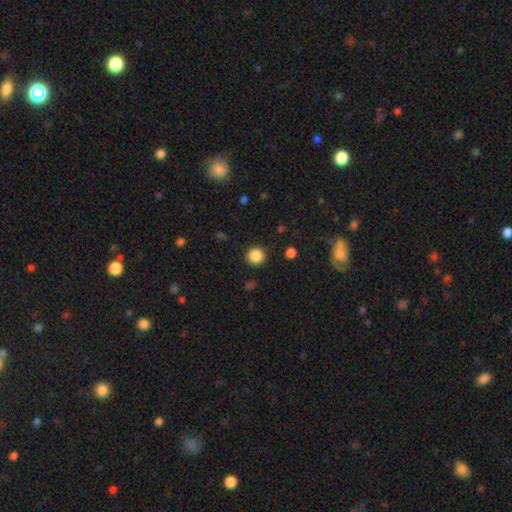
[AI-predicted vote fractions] Overall: smooth (86%). How rounded: round (93%). Merging: none (91%).